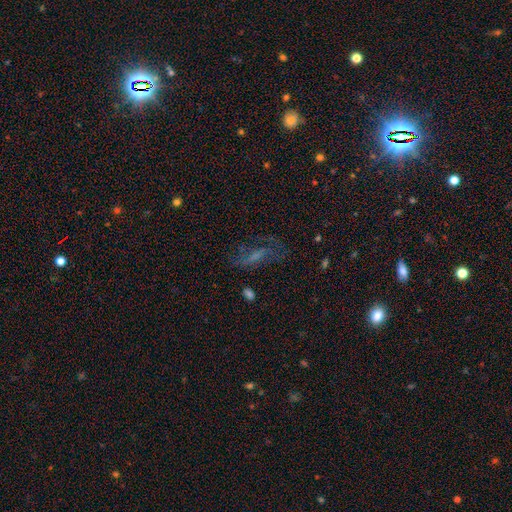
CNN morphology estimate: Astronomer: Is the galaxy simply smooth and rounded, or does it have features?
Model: featured or disk — 48% (runner-up: smooth, 27%).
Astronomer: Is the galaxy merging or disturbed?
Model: none — 60%.